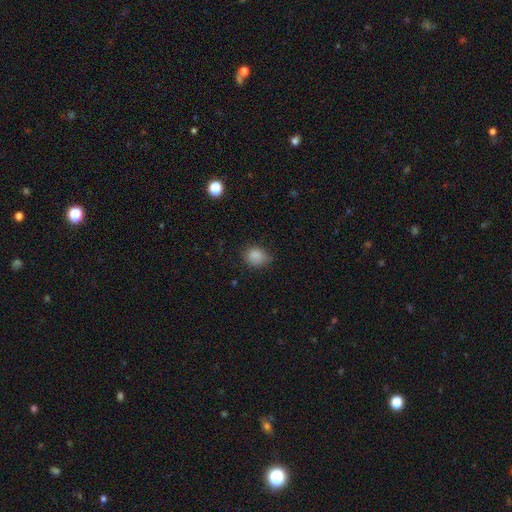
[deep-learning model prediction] This appears to be a smooth galaxy with no disk features (84%) that is round (55%). Merging: none (60%).